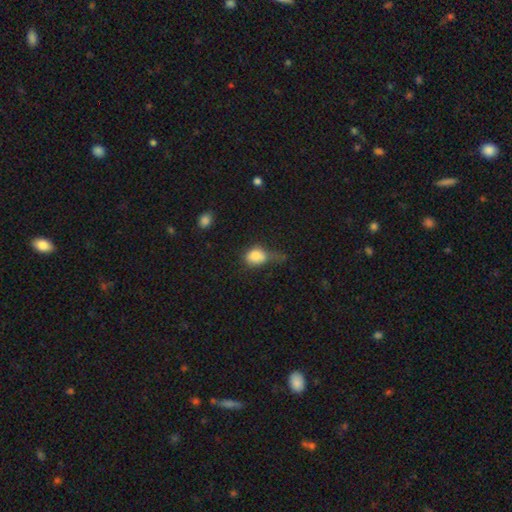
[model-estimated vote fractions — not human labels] This appears to be a smooth galaxy with no disk features (81%) that is in between round and cigar-shaped (54%). Merging: minor disturbance (34%).